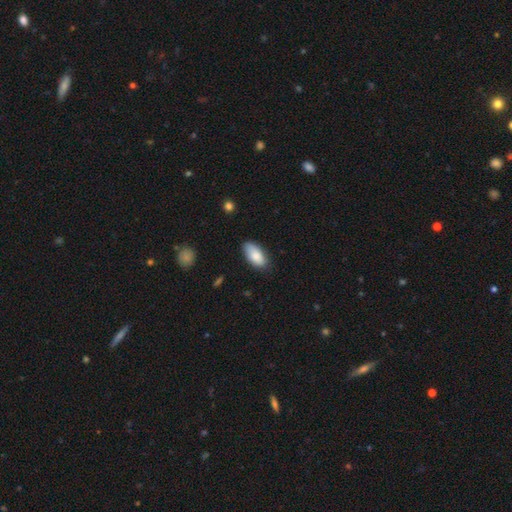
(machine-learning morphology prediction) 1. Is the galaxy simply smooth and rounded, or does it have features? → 85% smooth, 9% featured or disk, 6% star or artifact.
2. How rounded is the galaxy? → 92% in between, 6% cigar-shaped, 2% round.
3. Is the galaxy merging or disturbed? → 75% none, 20% minor disturbance, 3% major disturbance, 1% merger.